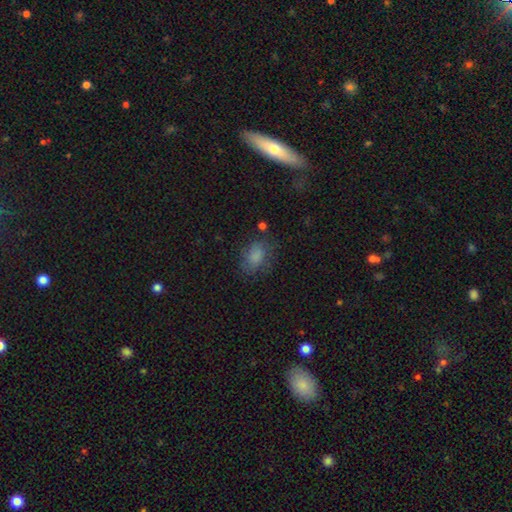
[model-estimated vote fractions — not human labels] This is likely a smooth galaxy (79%). How rounded: likely in between (76%). Merging: likely none (66%).